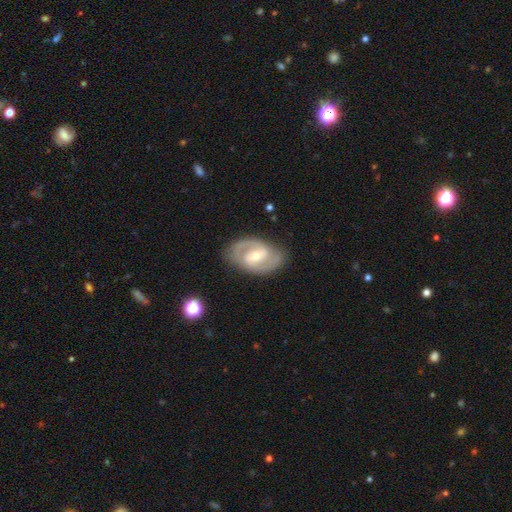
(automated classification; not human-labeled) Smooth or featured?
  - featured or disk: 88% *
  - smooth: 8%
  - star or artifact: 4%
Edge-on disk?
  - no: 97% *
  - yes: 3%
Bar?
  - weak: 51% *
  - strong: 26%
  - no: 24%
Spiral arms?
  - yes: 95% *
  - no: 5%
Spiral winding?
  - medium: 53% *
  - tight: 36%
  - loose: 11%
Spiral arm count?
  - 2: 90% *
  - can't tell: 4%
  - 3: 2%
  - 1: 1%
  - 4: 1%
  - more than 4: 1%
Bulge size?
  - moderate: 53% *
  - small: 43%
  - large: 2%
  - none: 1%
  - dominant: 1%
Merging?
  - none: 83% *
  - minor disturbance: 13%
  - major disturbance: 3%
  - merger: 1%